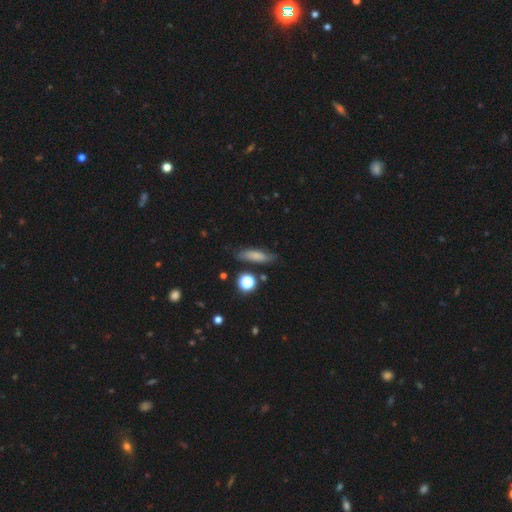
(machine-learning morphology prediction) Smooth or featured? smooth (69%)
How rounded? cigar-shaped (55%)
Merging? none (71%)